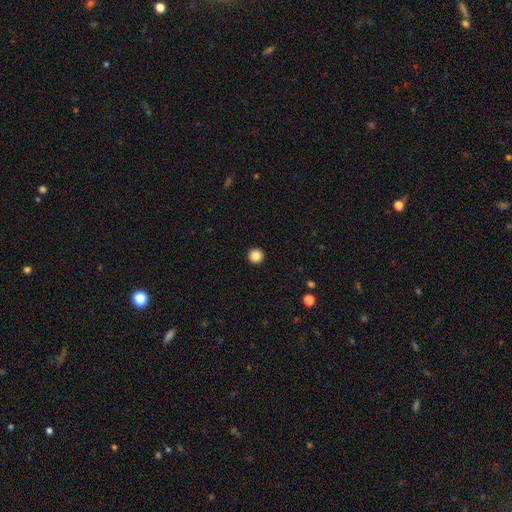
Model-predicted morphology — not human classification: Overall: smooth (86%). How rounded: round (96%). Merging: none (94%).